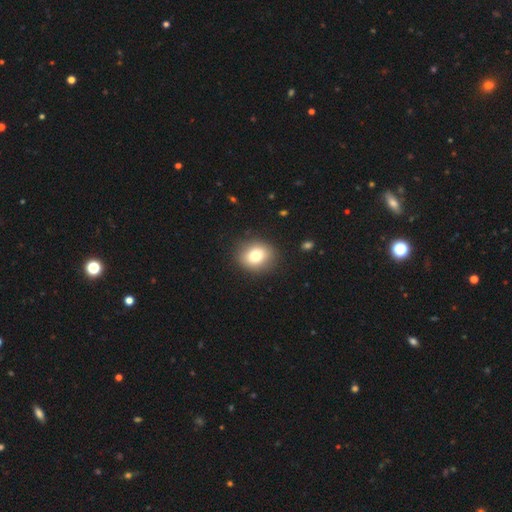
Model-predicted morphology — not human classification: smooth_or_featured: smooth (p=0.77) [alt: featured or disk p=0.13]
how_rounded: round (p=0.67) [alt: in between p=0.32]
merging: none (p=0.88) [alt: minor disturbance p=0.08]